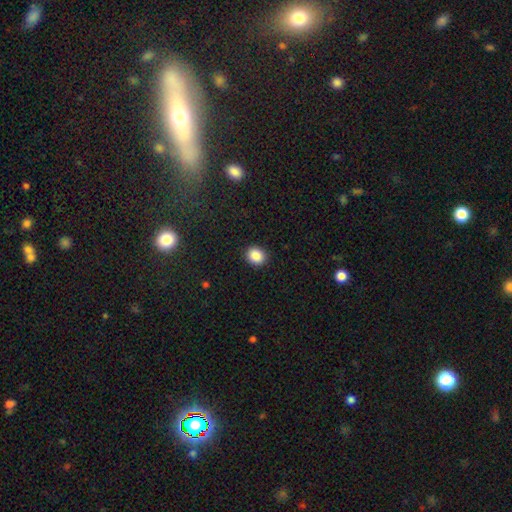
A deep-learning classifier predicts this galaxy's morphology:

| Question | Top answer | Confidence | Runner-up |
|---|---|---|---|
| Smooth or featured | smooth | 88% | star or artifact (9%) |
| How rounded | round | 69% | in between (30%) |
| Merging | none | 90% | minor disturbance (7%) |